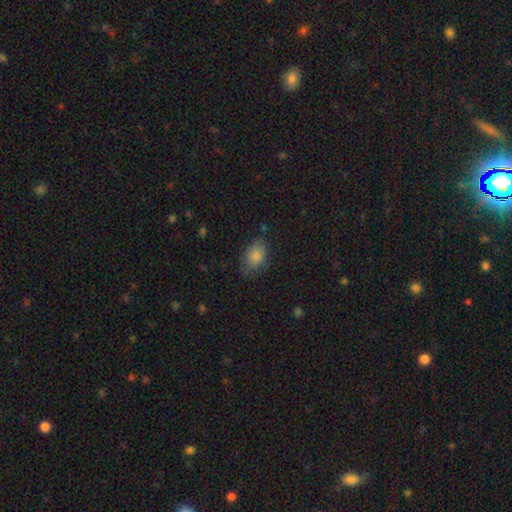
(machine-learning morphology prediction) This appears to be a smooth galaxy with no disk features (81%) that is in between round and cigar-shaped (85%). Merging: none (73%).